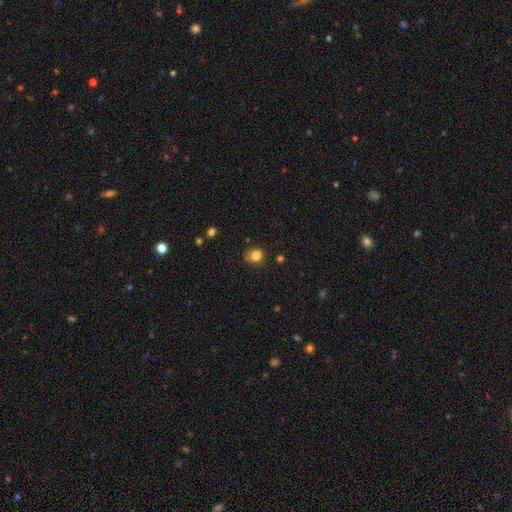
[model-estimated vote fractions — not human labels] Q: Smooth or featured?
A: smooth (82%); runner-up: star or artifact (11%)
Q: How rounded?
A: round (71%); runner-up: in between (28%)
Q: Merging?
A: none (66%); runner-up: minor disturbance (24%)